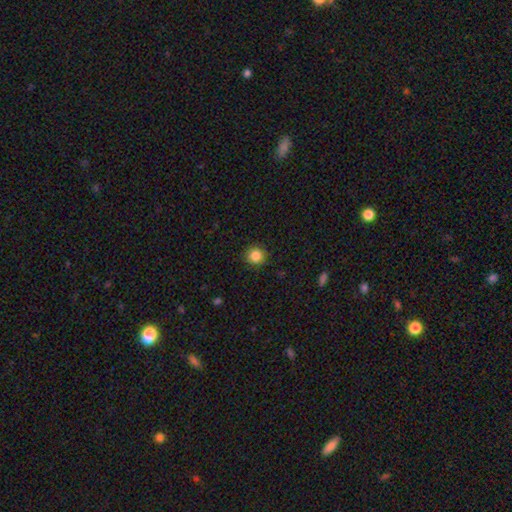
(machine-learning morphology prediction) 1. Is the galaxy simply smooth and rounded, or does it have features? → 85% smooth, 11% star or artifact, 4% featured or disk.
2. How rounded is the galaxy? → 94% round, 5% in between, 1% cigar-shaped.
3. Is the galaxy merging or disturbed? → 90% none, 7% minor disturbance, 2% major disturbance, 1% merger.